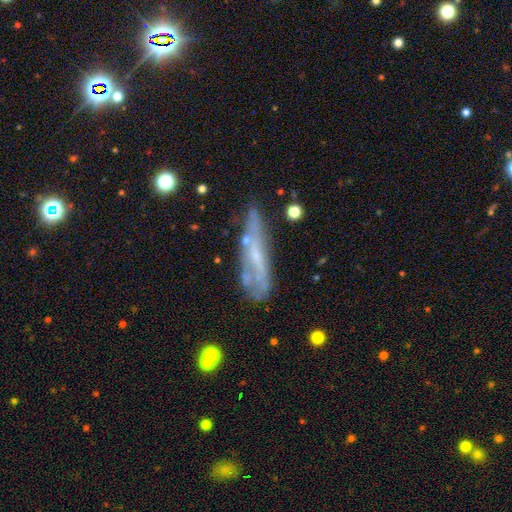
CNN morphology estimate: featured or disk 60%, smooth 30%, star or artifact 10%. Down the decision tree: edge-on disk — no (54%); merging — none (57%).